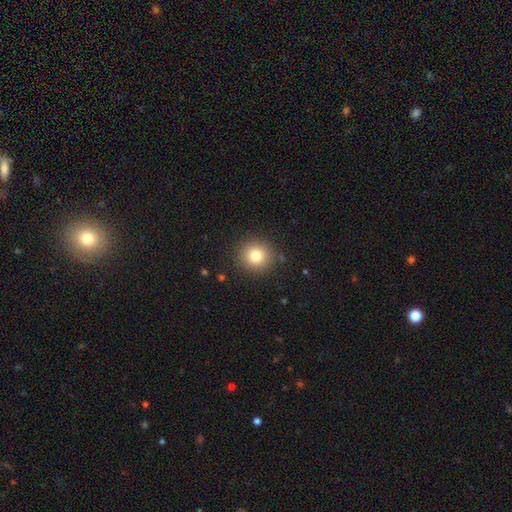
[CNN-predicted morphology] A smooth galaxy with no disk features (79%) that is round (92%). Merging: none (89%).